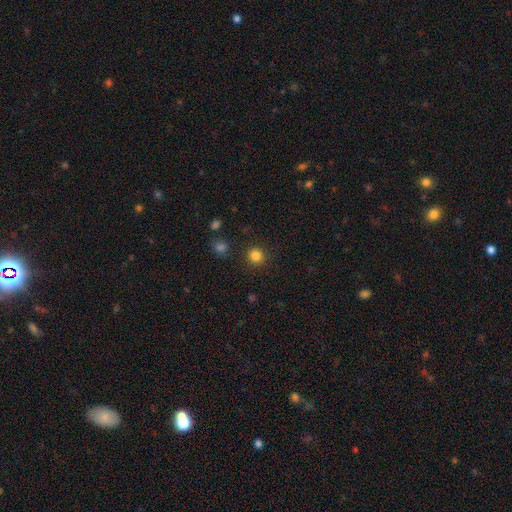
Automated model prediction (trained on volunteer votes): Overall: smooth (83%). How rounded: round (92%). Merging: none (90%).